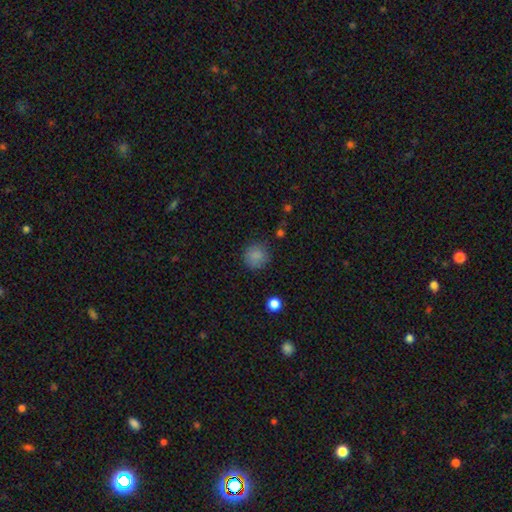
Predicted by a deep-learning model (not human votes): This appears to be a smooth galaxy with no disk features (85%) that is round (91%). Merging: none (83%).